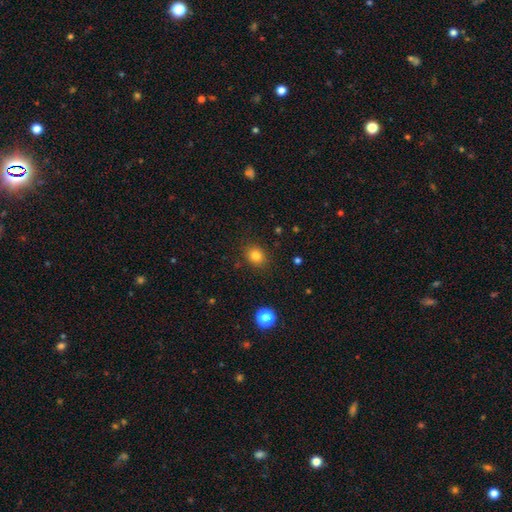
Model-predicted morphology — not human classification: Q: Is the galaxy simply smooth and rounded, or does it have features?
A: smooth — 81%.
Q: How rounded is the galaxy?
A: round — 62%.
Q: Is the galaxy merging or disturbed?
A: none — 88%.